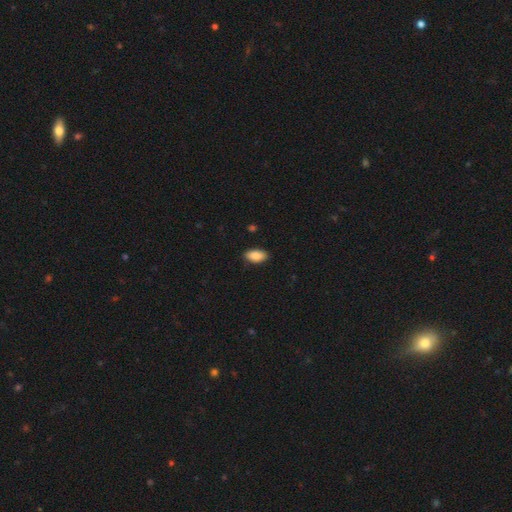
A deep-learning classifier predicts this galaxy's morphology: This is clearly a smooth galaxy (89%). How rounded: clearly in between (94%). Merging: clearly none (87%).